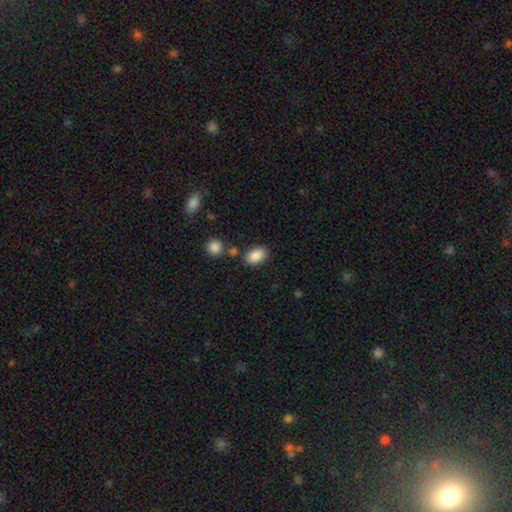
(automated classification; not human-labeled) Smooth or featured? Predicted: smooth (p=0.88). How rounded? Predicted: in between (p=0.88). Merging? Predicted: none (p=0.79).